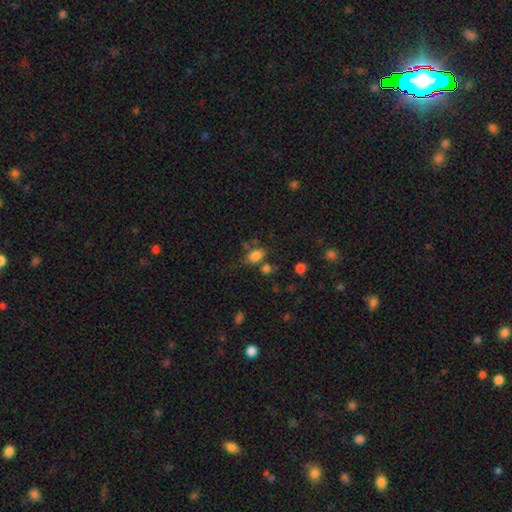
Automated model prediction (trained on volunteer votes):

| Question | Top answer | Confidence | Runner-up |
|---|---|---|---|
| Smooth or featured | smooth | 80% | star or artifact (12%) |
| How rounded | in between | 73% | round (25%) |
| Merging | none | 59% | minor disturbance (19%) |